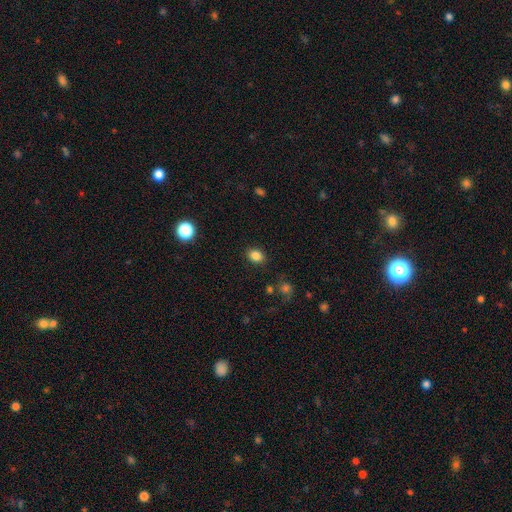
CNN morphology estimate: The model was most divided on "how rounded": in between: 66%, round: 32%, cigar-shaped: 1%. More confident: merging — none (86%); smooth or featured — smooth (84%).